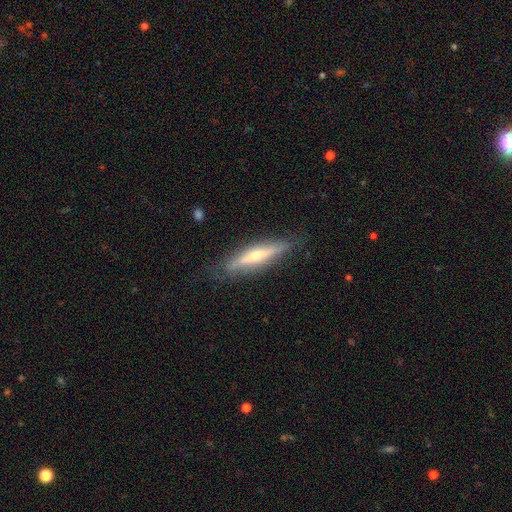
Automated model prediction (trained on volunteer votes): Q: Smooth or featured?
A: featured or disk (56%); runner-up: smooth (37%)
Q: Edge-on disk?
A: yes (91%); runner-up: no (9%)
Q: Edge-on bulge?
A: rounded (68%); runner-up: none (21%)
Q: Merging?
A: none (81%); runner-up: minor disturbance (14%)